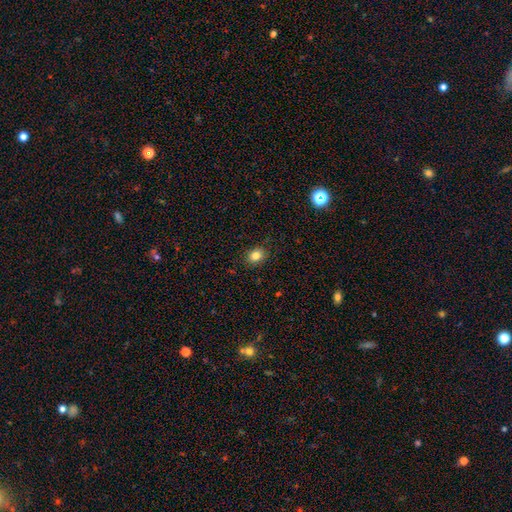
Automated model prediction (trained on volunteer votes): Smooth or featured? Predicted: smooth (p=0.83). How rounded? Predicted: in between (p=0.50). Merging? Predicted: none (p=0.87).